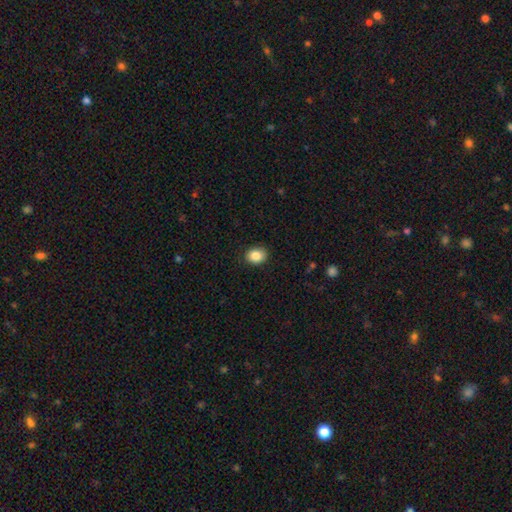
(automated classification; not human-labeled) Smooth or featured?
  - smooth: 87% *
  - star or artifact: 8%
  - featured or disk: 5%
How rounded?
  - in between: 50% *
  - round: 49%
  - cigar-shaped: 1%
Merging?
  - none: 87% *
  - minor disturbance: 10%
  - major disturbance: 2%
  - merger: 1%